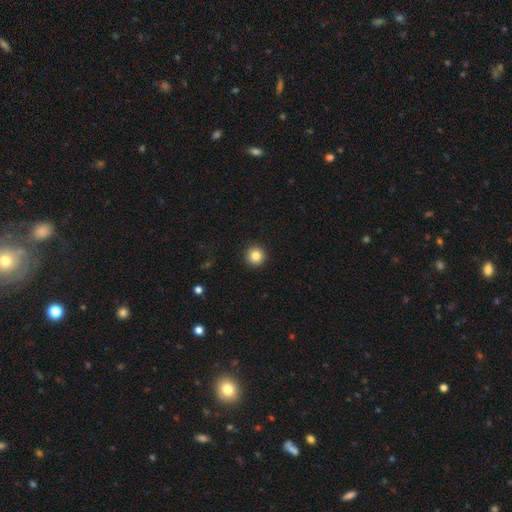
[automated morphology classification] smooth-or-featured: smooth: 83% | star or artifact: 10% | featured or disk: 6%
  how-rounded: round: 96% | in between: 3% | cigar-shaped: 1%
  merging: none: 93% | minor disturbance: 5% | major disturbance: 2% | merger: 1%